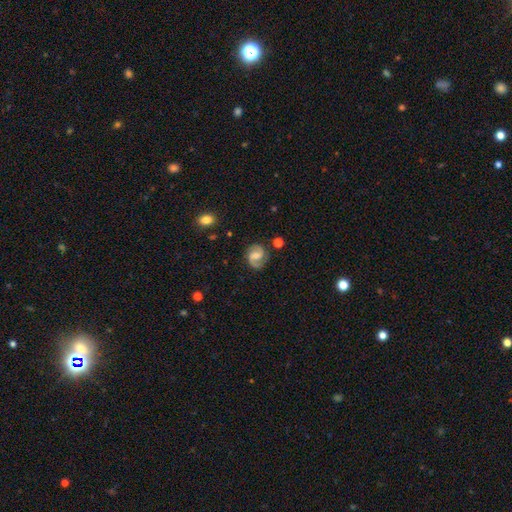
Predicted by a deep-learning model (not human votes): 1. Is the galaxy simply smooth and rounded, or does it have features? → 81% featured or disk, 13% smooth, 6% star or artifact.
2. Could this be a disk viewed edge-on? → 98% no, 2% yes.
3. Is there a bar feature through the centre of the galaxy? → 51% weak, 35% no, 14% strong.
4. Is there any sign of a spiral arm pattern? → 96% yes, 4% no.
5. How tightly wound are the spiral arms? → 55% medium, 25% tight, 20% loose.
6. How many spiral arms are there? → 91% 2, 3% can't tell, 2% 1, 1% 3, 1% 4, 1% more than 4.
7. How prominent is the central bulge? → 40% moderate, 32% small, 19% none, 7% large, 2% dominant.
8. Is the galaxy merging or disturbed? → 80% none, 13% minor disturbance, 4% major disturbance, 2% merger.